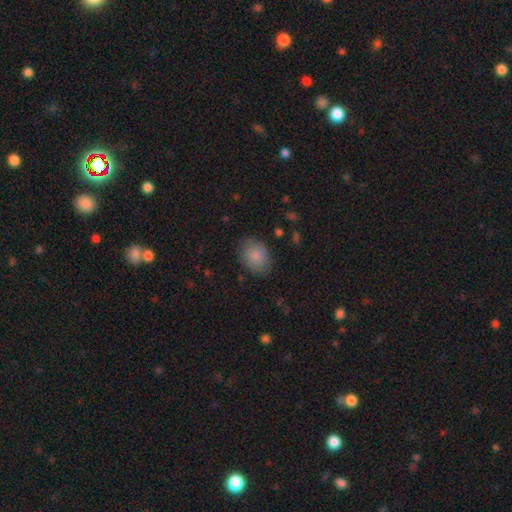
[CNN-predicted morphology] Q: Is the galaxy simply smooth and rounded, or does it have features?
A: smooth — 84%.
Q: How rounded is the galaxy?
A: in between — 63%.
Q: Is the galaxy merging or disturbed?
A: none — 79%.